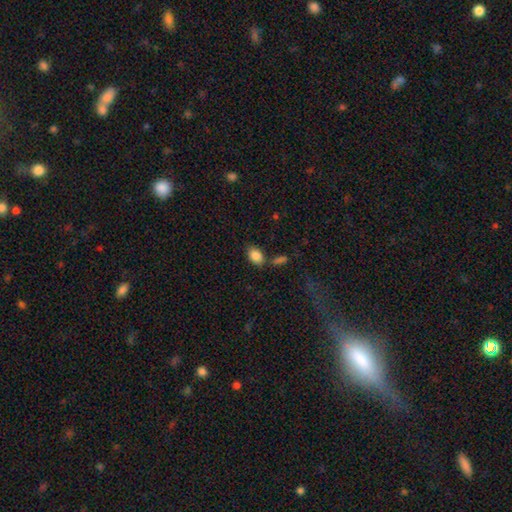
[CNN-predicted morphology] type=smooth (86%); roundness=in between (85%); merging=none (71%).